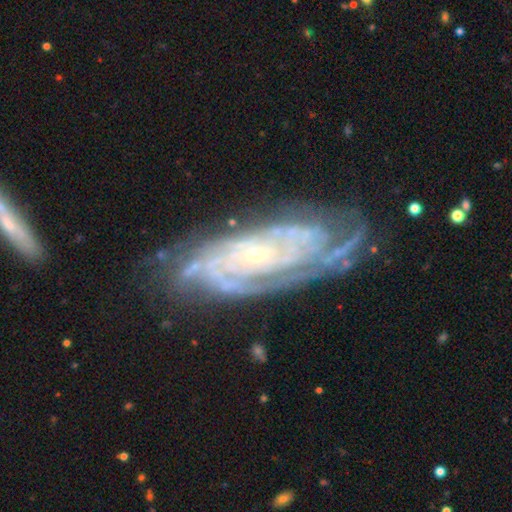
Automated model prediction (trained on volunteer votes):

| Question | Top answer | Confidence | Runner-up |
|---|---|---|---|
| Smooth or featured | featured or disk | 89% | star or artifact (6%) |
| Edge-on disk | no | 93% | yes (7%) |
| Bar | no | 72% | weak (19%) |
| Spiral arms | yes | 98% | no (2%) |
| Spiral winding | tight | 78% | medium (19%) |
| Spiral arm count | can't tell | 25% | 3 (20%) |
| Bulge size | small | 79% | moderate (17%) |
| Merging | none | 69% | minor disturbance (21%) |